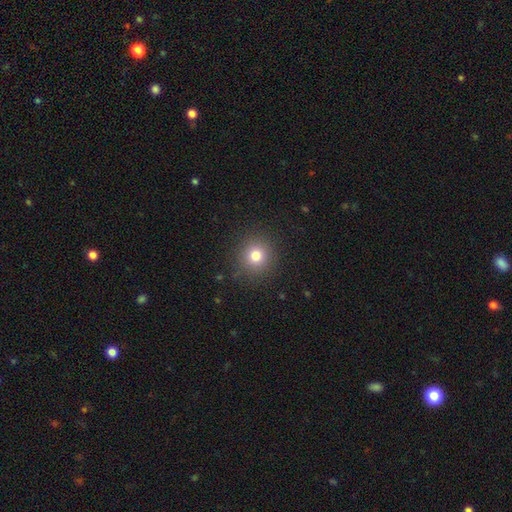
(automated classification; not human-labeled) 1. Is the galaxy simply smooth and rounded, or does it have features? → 78% smooth, 14% star or artifact, 8% featured or disk.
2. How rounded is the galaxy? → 92% round, 7% in between, 1% cigar-shaped.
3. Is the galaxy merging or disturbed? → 89% none, 7% minor disturbance, 3% major disturbance, 1% merger.